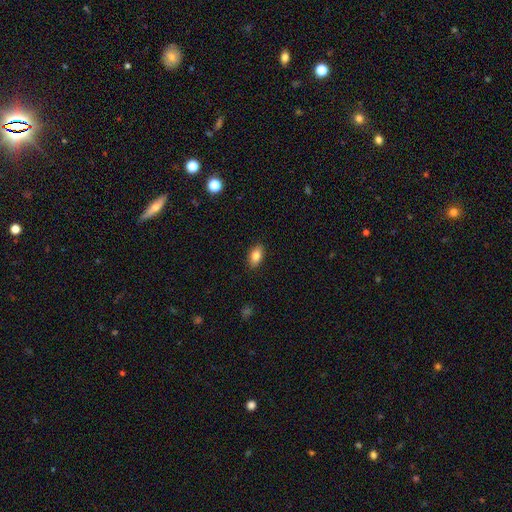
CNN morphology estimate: Smooth or featured? smooth (84%)
How rounded? in between (90%)
Merging? none (88%)